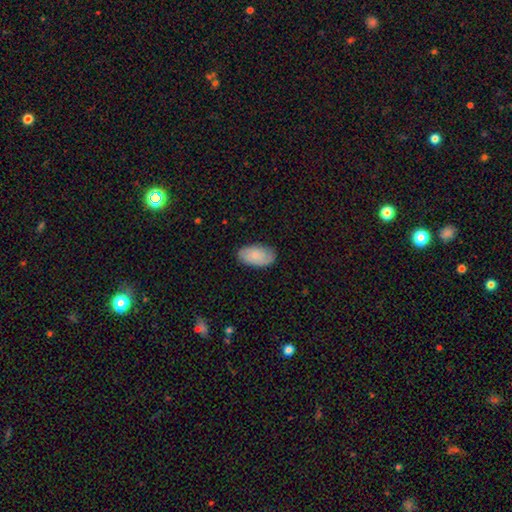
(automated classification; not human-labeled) A smooth galaxy with no disk features (72%) that is in between round and cigar-shaped (95%).

Vote fractions:
- Smooth or featured? smooth: 72% / featured or disk: 22% / star or artifact: 6%
- How rounded? in between: 95% / round: 4% / cigar-shaped: 2%
- Merging? none: 81% / minor disturbance: 15% / major disturbance: 3% / merger: 1%